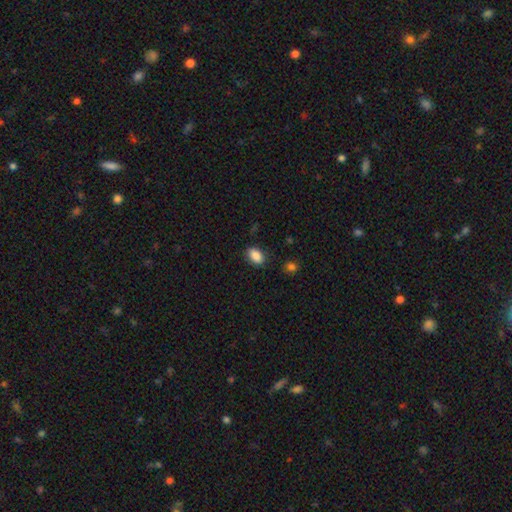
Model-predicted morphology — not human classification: Overall: smooth (88%). How rounded: in between (88%). Merging: none (85%).